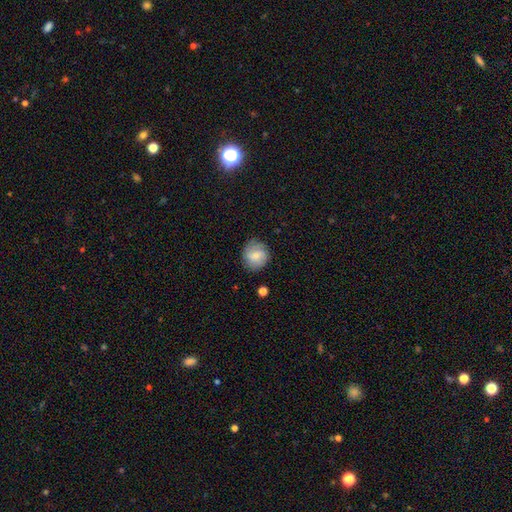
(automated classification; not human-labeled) A smooth galaxy with no disk features (65%) that is round (83%).

Vote fractions:
- Smooth or featured? smooth: 65% / featured or disk: 28% / star or artifact: 8%
- How rounded? round: 83% / in between: 16% / cigar-shaped: 1%
- Merging? none: 78% / minor disturbance: 16% / major disturbance: 5% / merger: 2%